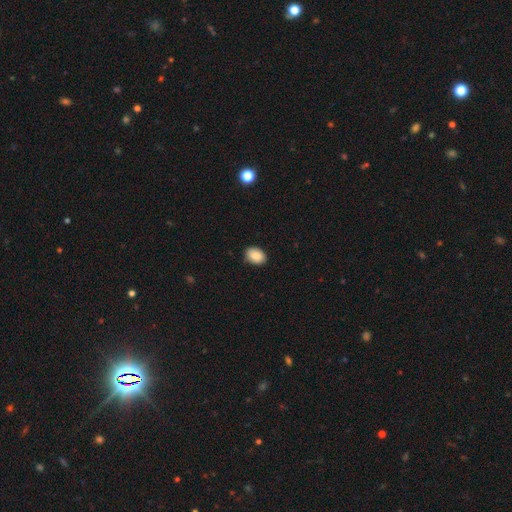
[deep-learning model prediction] smooth-or-featured: smooth: 88% | star or artifact: 8% | featured or disk: 5%
  how-rounded: in between: 77% | round: 22% | cigar-shaped: 1%
  merging: none: 86% | minor disturbance: 11% | major disturbance: 2% | merger: 1%